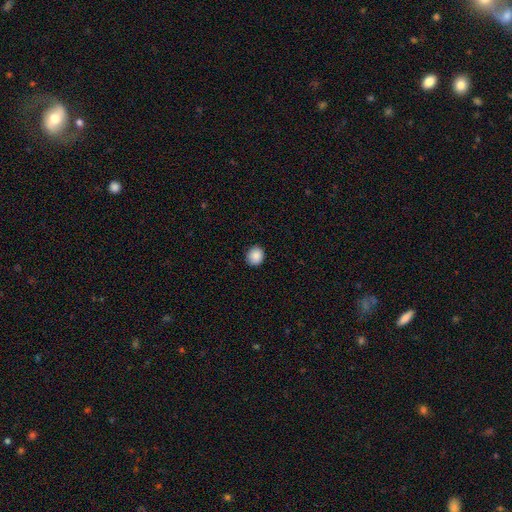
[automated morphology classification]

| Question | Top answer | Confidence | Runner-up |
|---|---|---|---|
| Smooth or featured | smooth | 89% | star or artifact (9%) |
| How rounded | round | 82% | in between (17%) |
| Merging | none | 90% | minor disturbance (7%) |